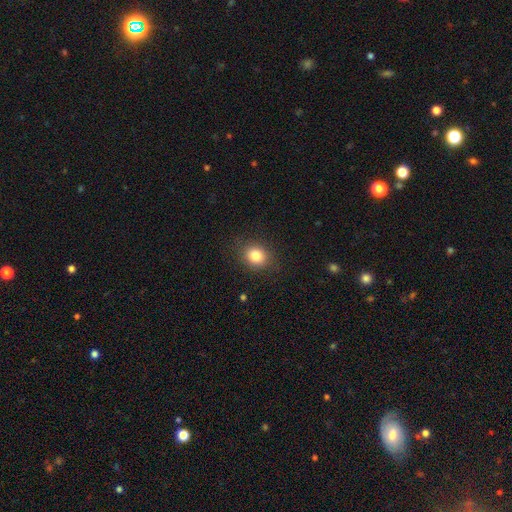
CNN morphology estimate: Smooth or featured? Predicted: smooth (p=0.83). How rounded? Predicted: round (p=0.64). Merging? Predicted: none (p=0.86).